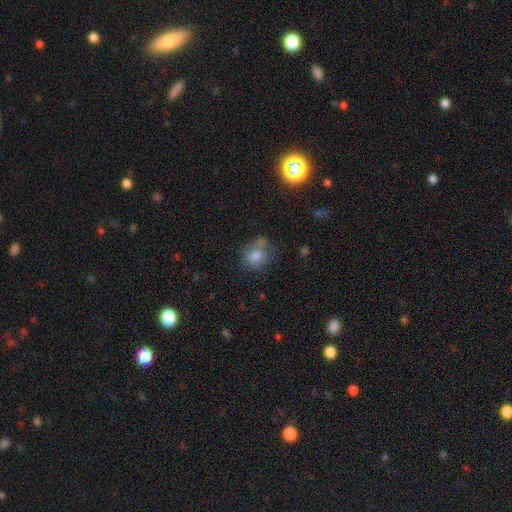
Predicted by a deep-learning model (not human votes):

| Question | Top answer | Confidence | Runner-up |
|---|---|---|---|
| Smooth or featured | smooth | 72% | star or artifact (15%) |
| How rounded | round | 67% | in between (31%) |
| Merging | none | 54% | minor disturbance (23%) |